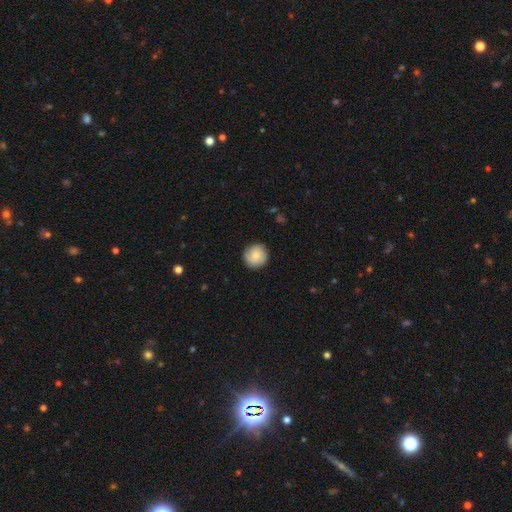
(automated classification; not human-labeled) Smooth or featured? Predicted: smooth (p=0.81). How rounded? Predicted: round (p=0.95). Merging? Predicted: none (p=0.88).